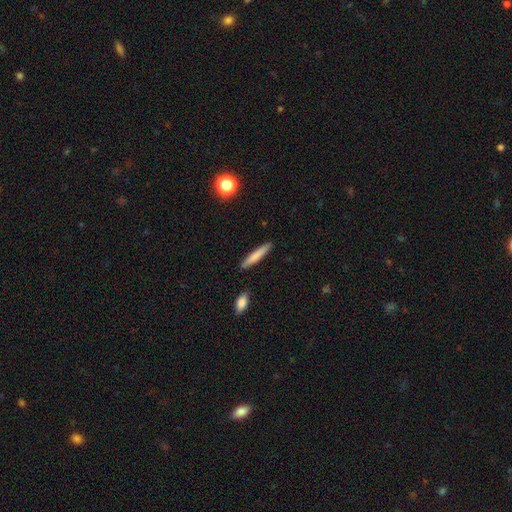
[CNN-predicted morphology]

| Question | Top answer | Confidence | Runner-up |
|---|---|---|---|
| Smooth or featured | smooth | 78% | featured or disk (16%) |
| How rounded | cigar-shaped | 92% | in between (7%) |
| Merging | none | 89% | minor disturbance (8%) |